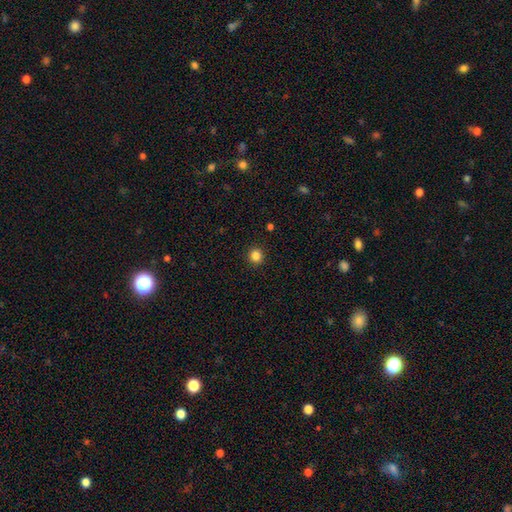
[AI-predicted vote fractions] This appears to be a smooth galaxy with no disk features (84%) that is round (93%). Merging: none (92%).